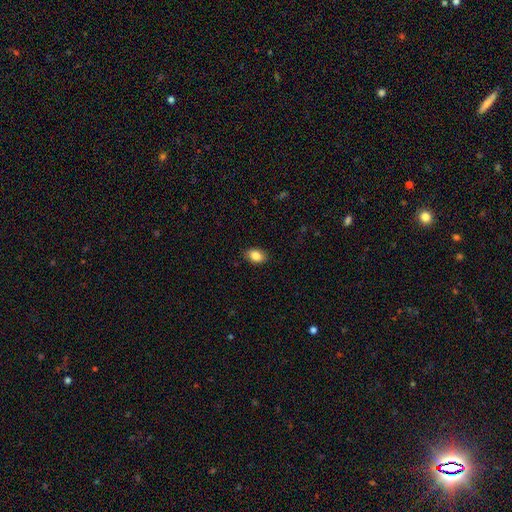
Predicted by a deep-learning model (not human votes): smooth 86%, star or artifact 8%, featured or disk 6%. Down the decision tree: how rounded — in between (84%); merging — none (87%).